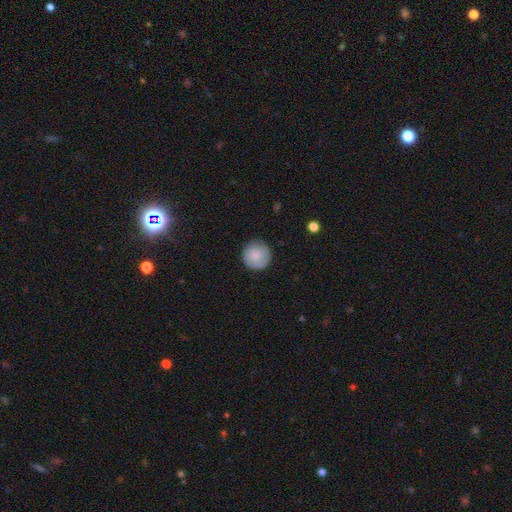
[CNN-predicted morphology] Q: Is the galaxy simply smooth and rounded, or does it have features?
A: smooth — 83%.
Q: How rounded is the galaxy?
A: round — 95%.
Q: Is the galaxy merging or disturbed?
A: none — 85%.